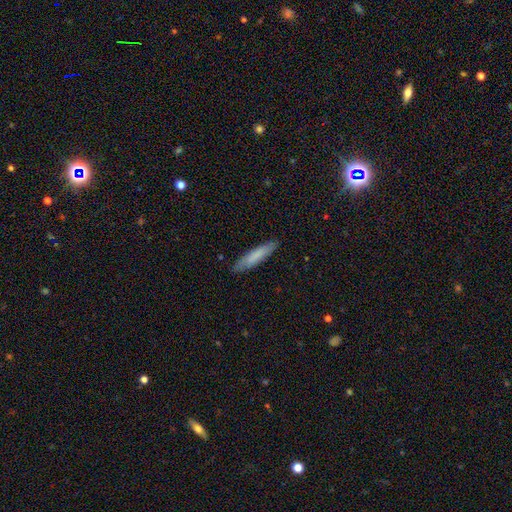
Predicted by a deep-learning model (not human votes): smooth 77%, featured or disk 17%, star or artifact 6%. Down the decision tree: how rounded — cigar-shaped (89%); merging — none (88%).